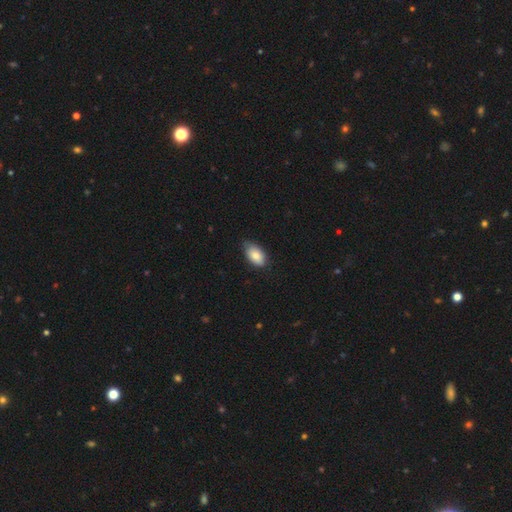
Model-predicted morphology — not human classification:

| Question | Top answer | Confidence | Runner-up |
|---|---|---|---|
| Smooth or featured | smooth | 83% | featured or disk (10%) |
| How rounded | in between | 93% | round (5%) |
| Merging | none | 71% | minor disturbance (25%) |